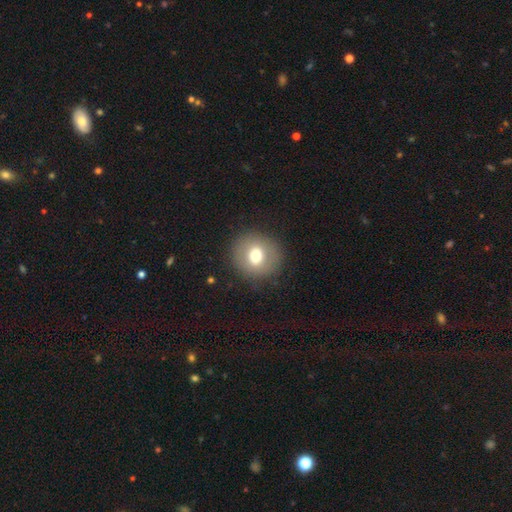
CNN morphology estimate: Smooth or featured? smooth (69%)
How rounded? round (88%)
Merging? none (87%)